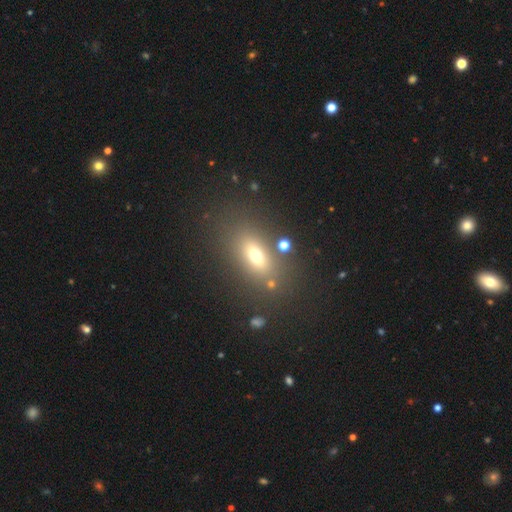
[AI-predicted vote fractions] The model was most divided on "smooth or featured": smooth: 65%, featured or disk: 19%, star or artifact: 16%. More confident: merging — none (77%); how rounded — in between (75%).